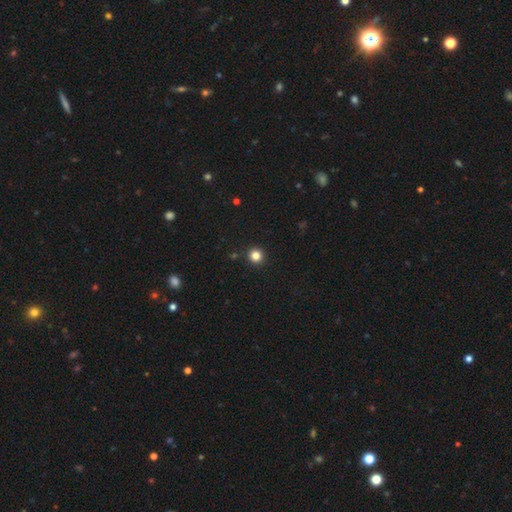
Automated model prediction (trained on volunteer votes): Smooth or featured? Predicted: smooth (p=0.82). How rounded? Predicted: round (p=0.95). Merging? Predicted: none (p=0.93).